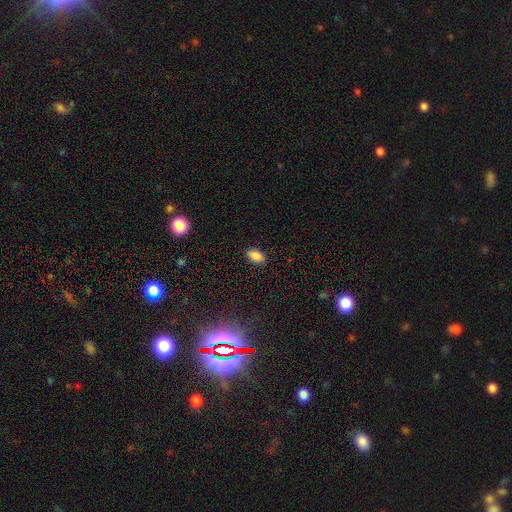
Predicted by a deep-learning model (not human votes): Smooth or featured: smooth — 84% (star or artifact — 10%)
How rounded: in between — 90% (round — 6%)
Merging: none — 85% (minor disturbance — 11%)